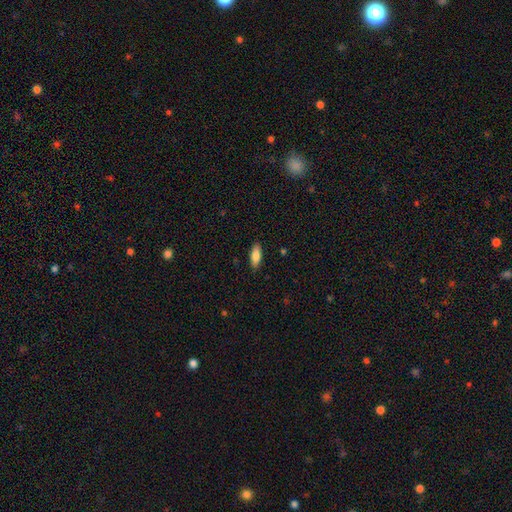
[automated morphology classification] A smooth galaxy with no disk features (83%) that is in between round and cigar-shaped (71%). Merging: none (88%).